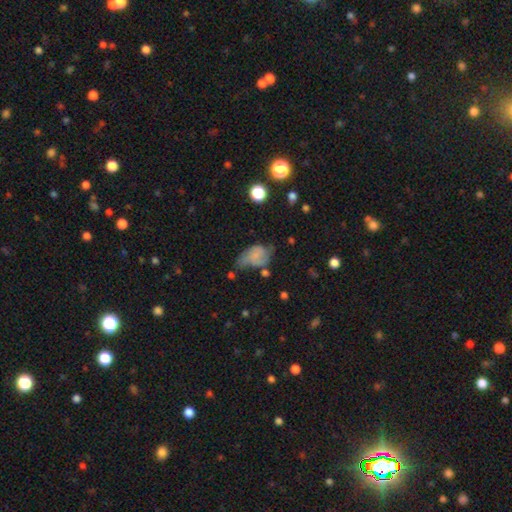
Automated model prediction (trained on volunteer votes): This appears to be a smooth galaxy with no disk features (55%) that is in between round and cigar-shaped (81%). Merging: minor disturbance (37%).